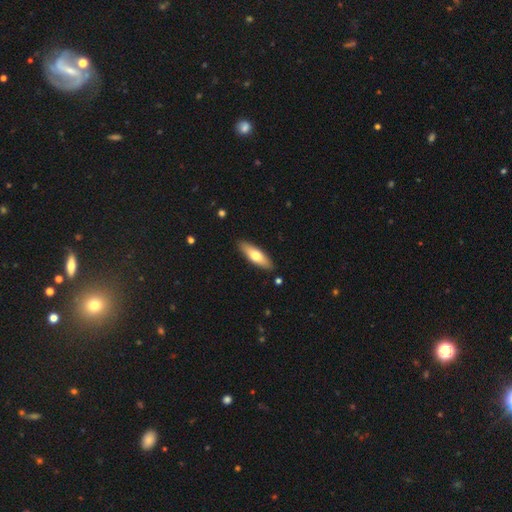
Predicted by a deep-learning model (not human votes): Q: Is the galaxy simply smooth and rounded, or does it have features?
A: smooth — 65%.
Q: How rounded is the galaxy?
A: in between — 50%.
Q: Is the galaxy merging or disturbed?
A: none — 89%.